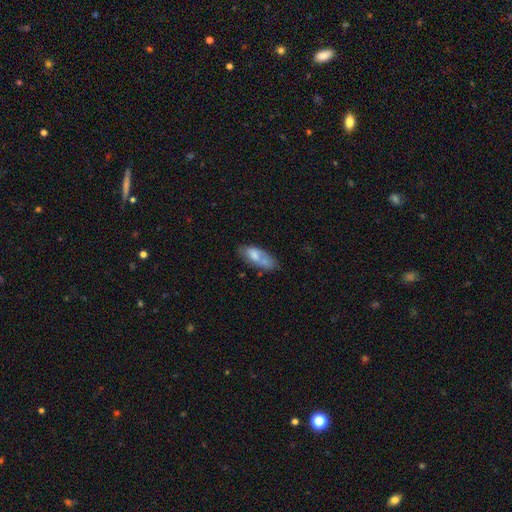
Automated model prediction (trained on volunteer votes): A smooth galaxy with no disk features (67%) that is in between round and cigar-shaped (81%).

Vote fractions:
- Smooth or featured? smooth: 67% / featured or disk: 26% / star or artifact: 7%
- How rounded? in between: 81% / cigar-shaped: 16% / round: 2%
- Merging? none: 49% / minor disturbance: 25% / merger: 15% / major disturbance: 10%